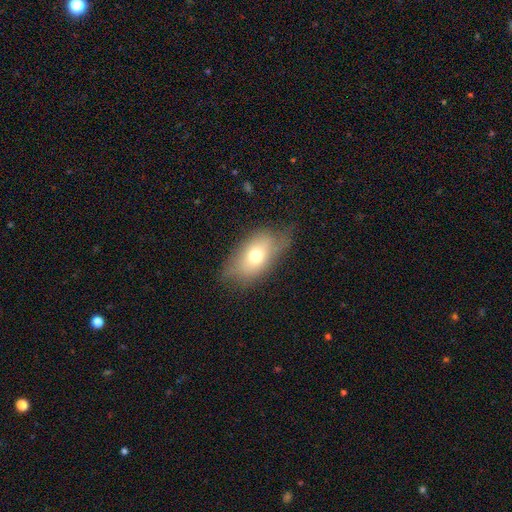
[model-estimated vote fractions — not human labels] A smooth galaxy with no disk features (67%) that is in between round and cigar-shaped (87%).

Vote fractions:
- Smooth or featured? smooth: 67% / featured or disk: 24% / star or artifact: 9%
- How rounded? in between: 87% / round: 8% / cigar-shaped: 5%
- Merging? none: 62% / minor disturbance: 27% / major disturbance: 10% / merger: 1%